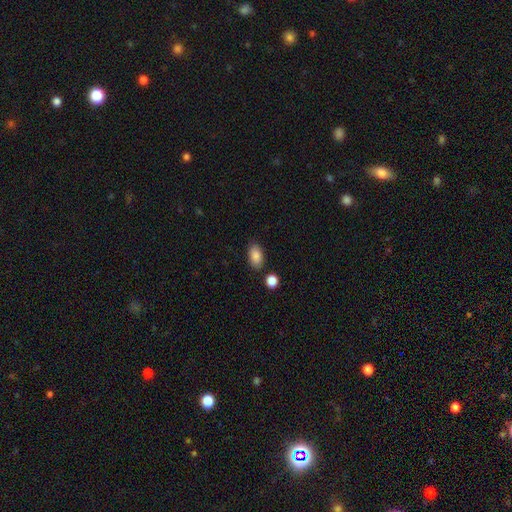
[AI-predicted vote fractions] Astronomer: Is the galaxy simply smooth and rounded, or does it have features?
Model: smooth — 86%.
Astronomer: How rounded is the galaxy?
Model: in between — 91%.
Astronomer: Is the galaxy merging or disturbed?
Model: none — 82%.